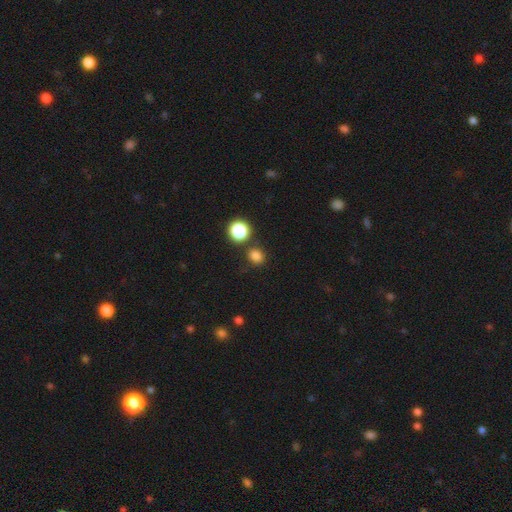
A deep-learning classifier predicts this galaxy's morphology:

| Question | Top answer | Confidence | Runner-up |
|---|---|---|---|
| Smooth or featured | smooth | 80% | star or artifact (16%) |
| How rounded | round | 73% | in between (26%) |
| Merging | none | 80% | minor disturbance (9%) |